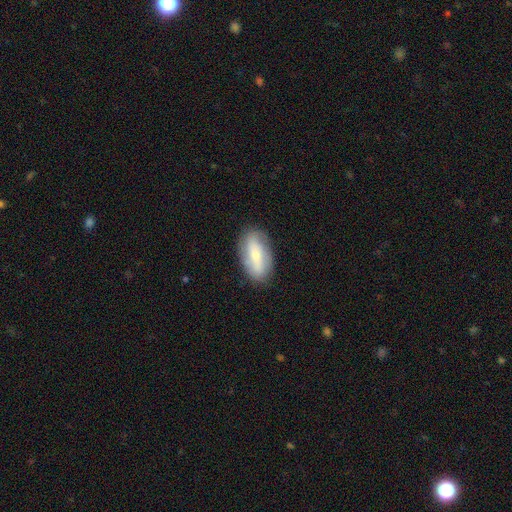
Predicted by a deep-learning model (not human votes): Smooth or featured? smooth (50%)
How rounded? in between (86%)
Merging? none (82%)